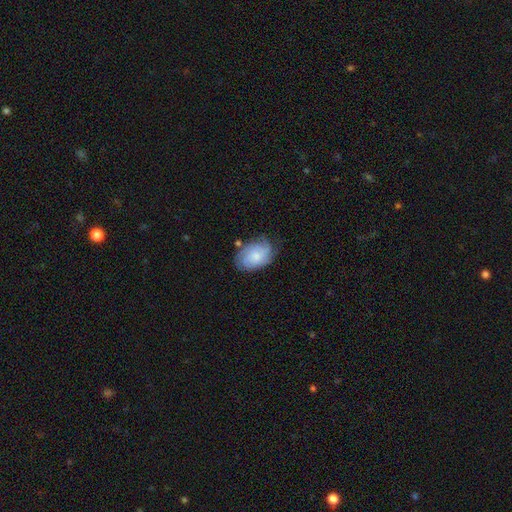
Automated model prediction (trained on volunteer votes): Q: Smooth or featured?
A: featured or disk (57%); runner-up: smooth (35%)
Q: Edge-on disk?
A: no (97%); runner-up: yes (3%)
Q: Bar?
A: no (74%); runner-up: weak (23%)
Q: Spiral arms?
A: yes (89%); runner-up: no (11%)
Q: Bulge size?
A: small (45%); runner-up: moderate (31%)
Q: Merging?
A: none (65%); runner-up: minor disturbance (24%)